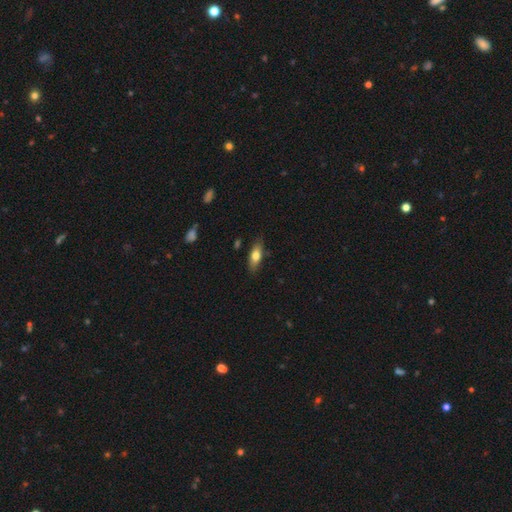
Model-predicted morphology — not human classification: A smooth galaxy with no disk features (69%) that is in between round and cigar-shaped (66%).

Vote fractions:
- Smooth or featured? smooth: 69% / featured or disk: 24% / star or artifact: 7%
- How rounded? in between: 66% / cigar-shaped: 31% / round: 3%
- Merging? none: 82% / minor disturbance: 14% / major disturbance: 3% / merger: 2%